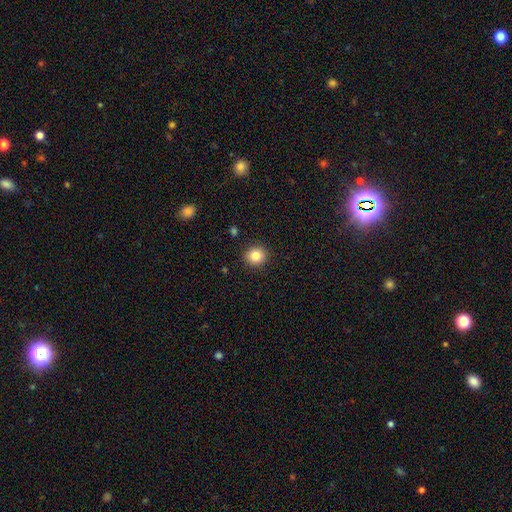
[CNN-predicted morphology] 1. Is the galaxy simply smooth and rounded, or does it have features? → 84% smooth, 10% star or artifact, 6% featured or disk.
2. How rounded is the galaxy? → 88% round, 11% in between, 1% cigar-shaped.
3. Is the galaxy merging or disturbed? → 91% none, 6% minor disturbance, 2% major disturbance, 1% merger.